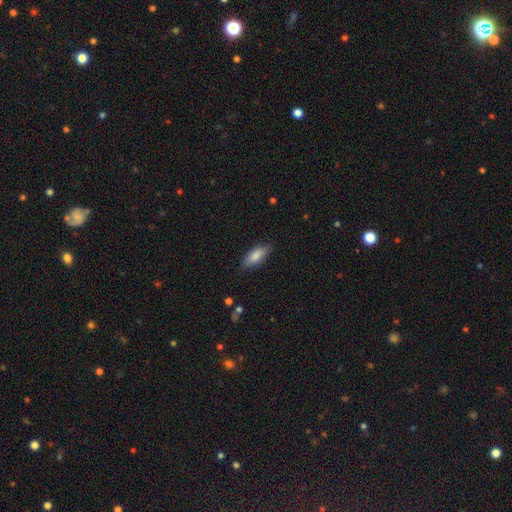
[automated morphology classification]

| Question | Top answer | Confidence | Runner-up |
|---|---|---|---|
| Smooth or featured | smooth | 80% | featured or disk (14%) |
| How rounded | in between | 65% | cigar-shaped (32%) |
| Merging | none | 84% | minor disturbance (13%) |